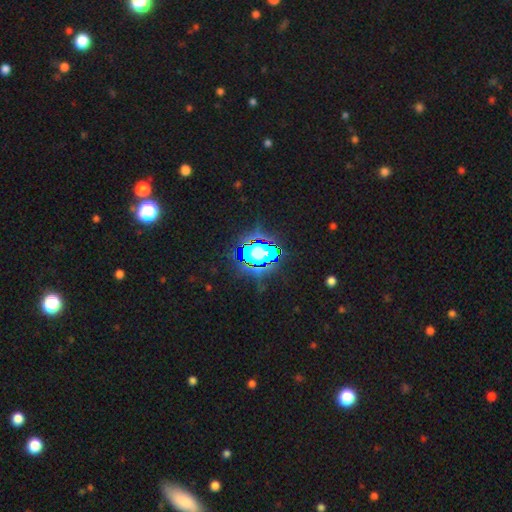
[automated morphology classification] This appears to be a star or artifact, not a galaxy (76%).